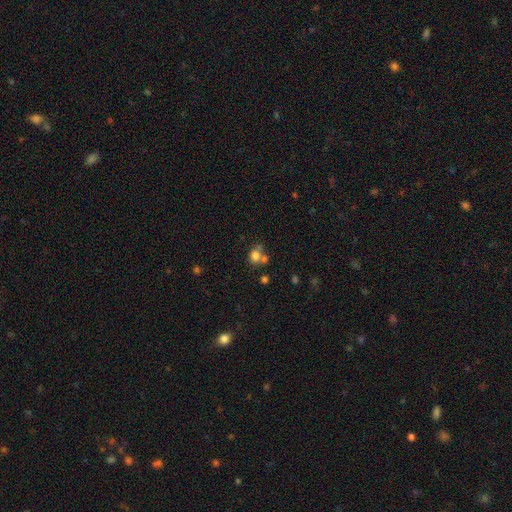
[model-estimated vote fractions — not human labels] Overall: smooth (75%). How rounded: round (65%; in between 34%). Merging: none (47%; merger 36%).